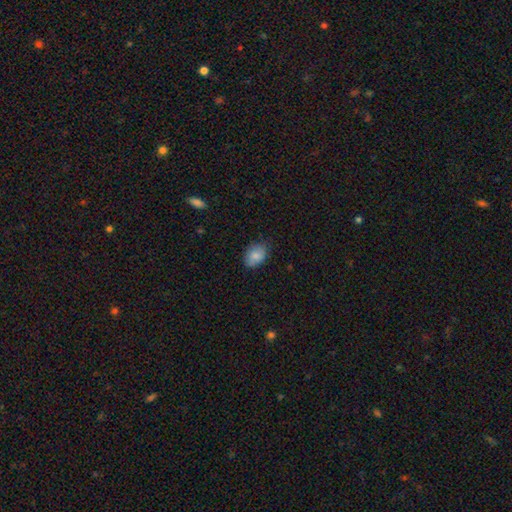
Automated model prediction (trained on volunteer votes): smooth_or_featured: smooth (p=0.85) [alt: featured or disk p=0.07]
how_rounded: in between (p=0.79) [alt: round p=0.20]
merging: none (p=0.76) [alt: minor disturbance p=0.20]